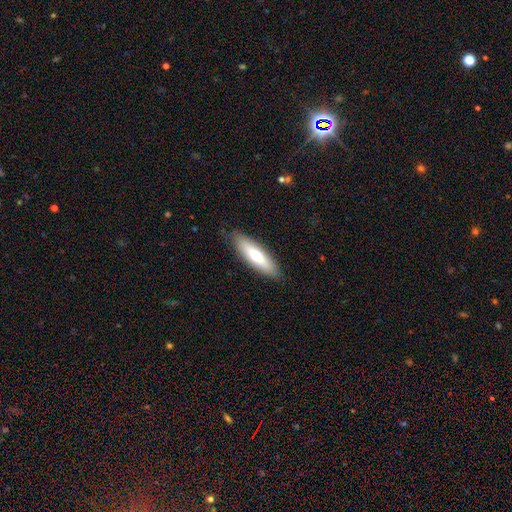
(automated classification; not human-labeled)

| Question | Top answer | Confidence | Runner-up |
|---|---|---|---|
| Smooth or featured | smooth | 61% | featured or disk (33%) |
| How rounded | cigar-shaped | 56% | in between (42%) |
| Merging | none | 85% | minor disturbance (11%) |